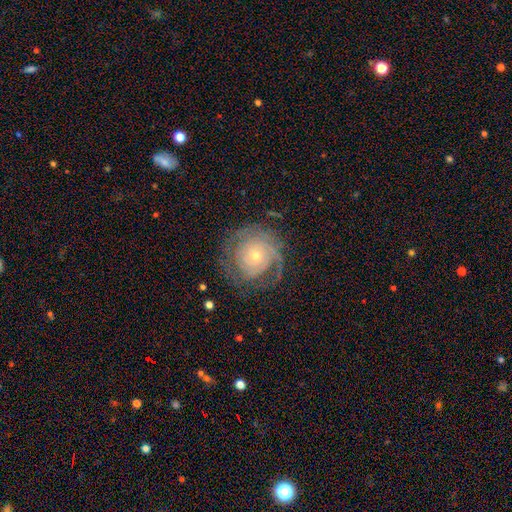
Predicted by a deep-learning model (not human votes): Morphology: type=featured or disk (74%); edge-on=no (97%); bar=no (81%); spiral arms=yes (87%); winding=tight (68%); arm count=can't tell (42%); bulge=small (64%); merging=none (71%).